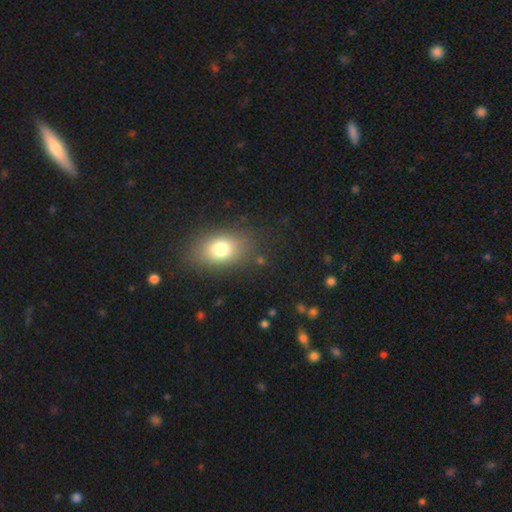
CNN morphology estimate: A smooth galaxy with no disk features (74%) that is in between round and cigar-shaped (75%). Merging: none (85%).